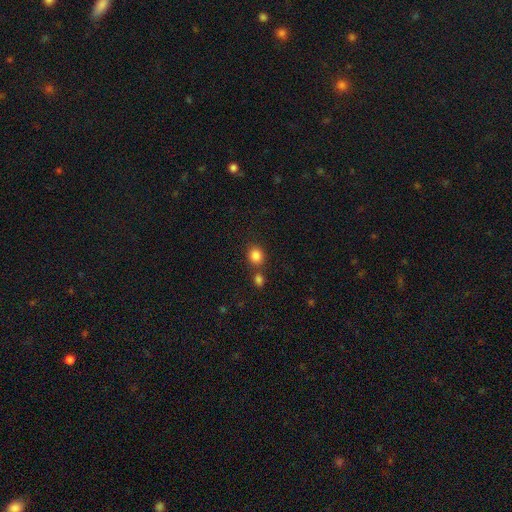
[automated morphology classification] type=smooth (85%); roundness=round (74%); merging=none (69%).